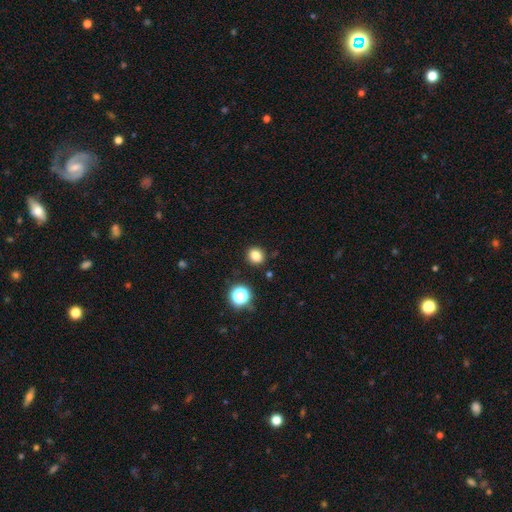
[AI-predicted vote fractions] This is clearly a smooth galaxy (82%). How rounded: likely round (79%). Merging: clearly none (89%).